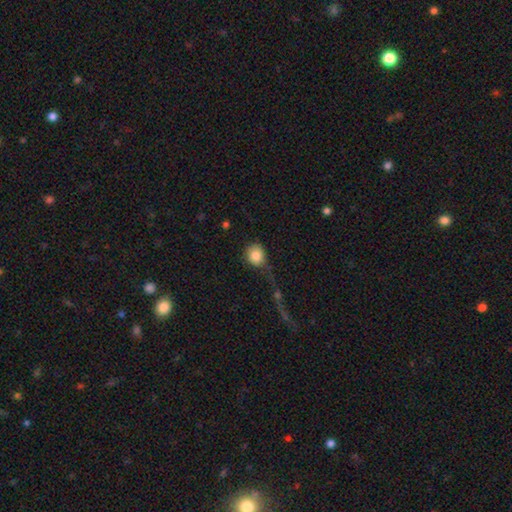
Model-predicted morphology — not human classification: smooth_or_featured: smooth (p=0.83) [alt: featured or disk p=0.08]
how_rounded: round (p=0.78) [alt: in between p=0.21]
merging: none (p=0.47) [alt: minor disturbance p=0.23]